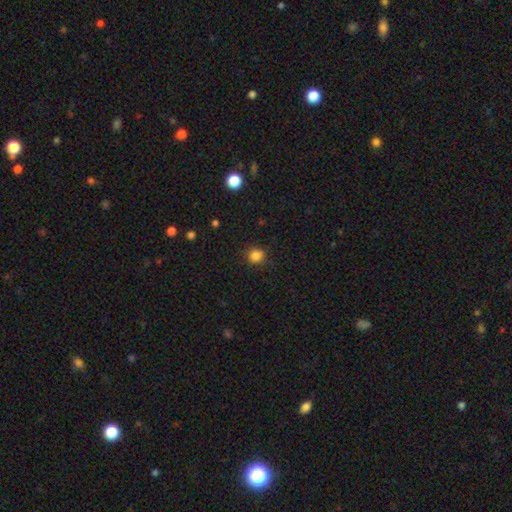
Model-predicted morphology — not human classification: Overall: smooth (84%). How rounded: round (85%). Merging: none (86%).